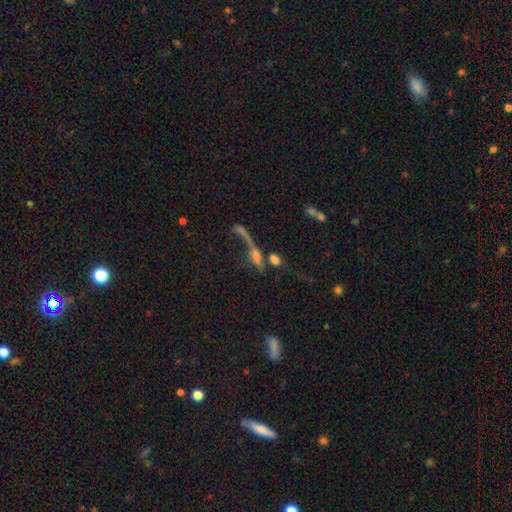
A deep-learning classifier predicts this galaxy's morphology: A featured or disk galaxy (51%).

Vote fractions:
- Smooth or featured? featured or disk: 51% / smooth: 29% / star or artifact: 21%
- Edge-on disk? no: 61% / yes: 39%
- Merging? merger: 32% / major disturbance: 29% / none: 28% / minor disturbance: 12%